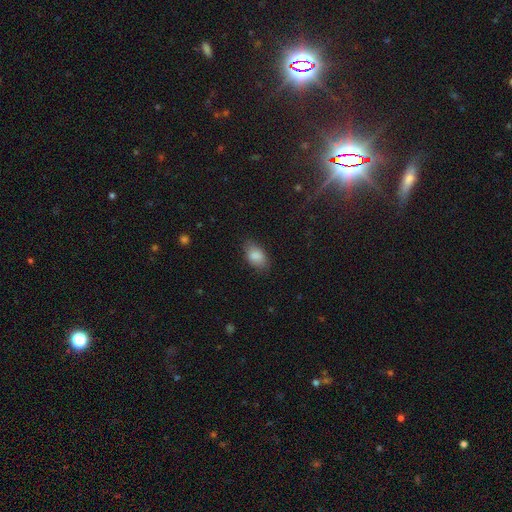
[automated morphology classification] smooth_or_featured: smooth (p=0.87) [alt: star or artifact p=0.07]
how_rounded: in between (p=0.90) [alt: round p=0.07]
merging: none (p=0.80) [alt: minor disturbance p=0.15]